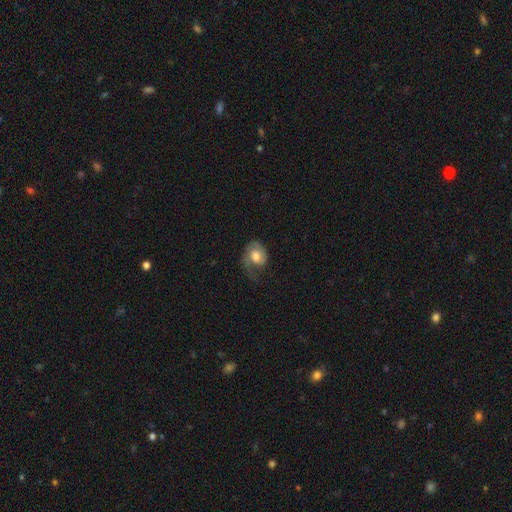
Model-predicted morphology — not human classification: A smooth galaxy with no disk features (49%). Merging: none (36%).